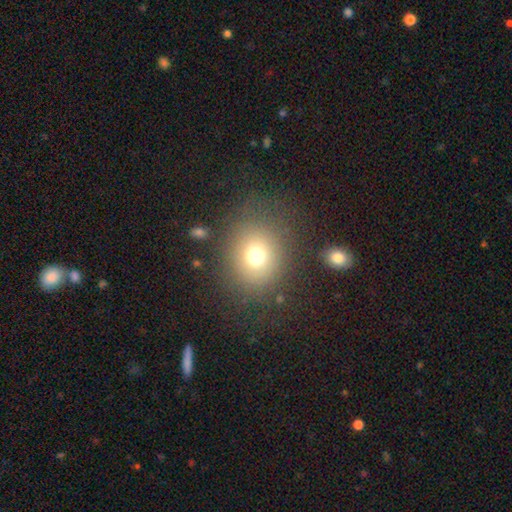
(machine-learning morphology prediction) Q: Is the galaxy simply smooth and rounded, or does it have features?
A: smooth — 73%.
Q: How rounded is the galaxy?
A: round — 76%.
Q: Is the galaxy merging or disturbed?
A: none — 79%.